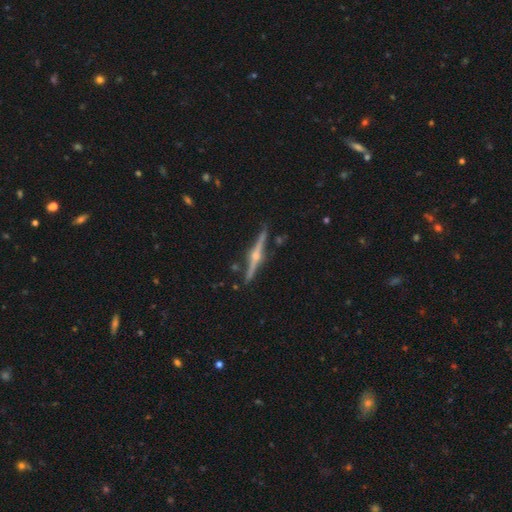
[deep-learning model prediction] Q: Smooth or featured?
A: featured or disk (88%); runner-up: smooth (7%)
Q: Edge-on disk?
A: yes (98%); runner-up: no (2%)
Q: Edge-on bulge?
A: rounded (94%); runner-up: boxy (4%)
Q: Merging?
A: none (89%); runner-up: minor disturbance (8%)